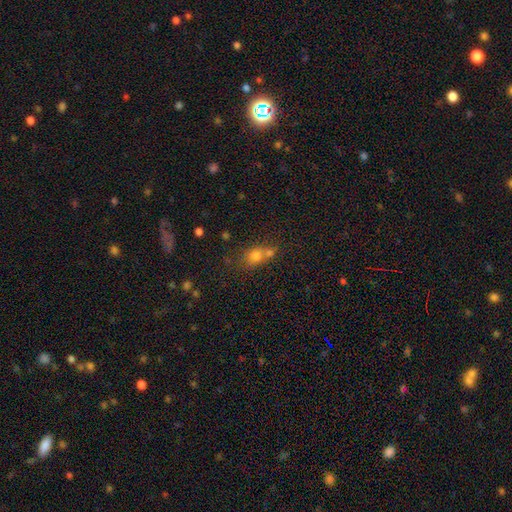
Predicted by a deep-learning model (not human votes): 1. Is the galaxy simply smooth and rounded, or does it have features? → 71% smooth, 17% star or artifact, 13% featured or disk.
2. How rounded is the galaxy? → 60% round, 38% in between, 2% cigar-shaped.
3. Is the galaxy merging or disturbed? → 42% merger, 41% none, 11% minor disturbance, 5% major disturbance.